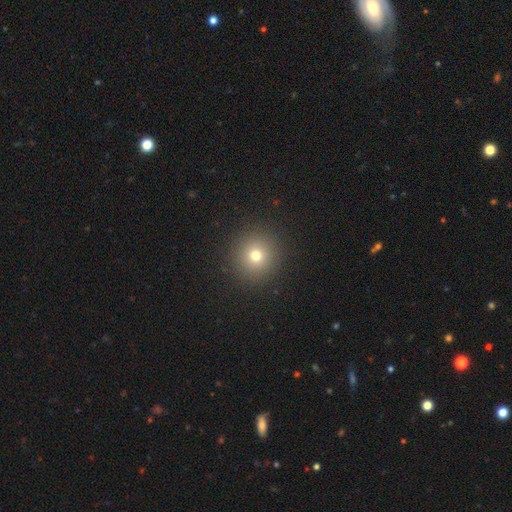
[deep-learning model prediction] Morphology: type=smooth (73%); roundness=round (94%); merging=none (91%).